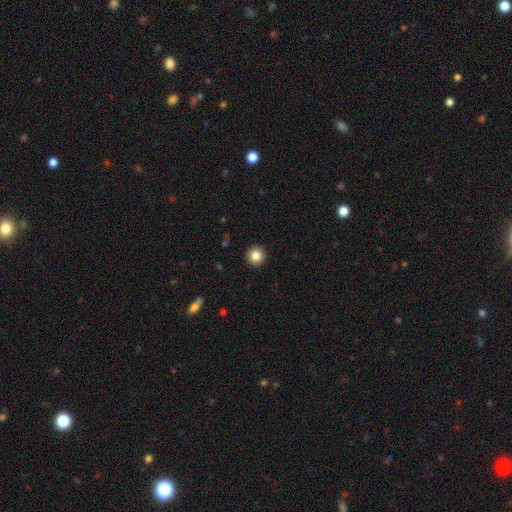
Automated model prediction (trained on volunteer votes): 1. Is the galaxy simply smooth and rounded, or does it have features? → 84% smooth, 10% star or artifact, 6% featured or disk.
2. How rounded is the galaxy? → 96% round, 3% in between, 1% cigar-shaped.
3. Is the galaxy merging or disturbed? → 94% none, 4% minor disturbance, 1% major disturbance, 1% merger.